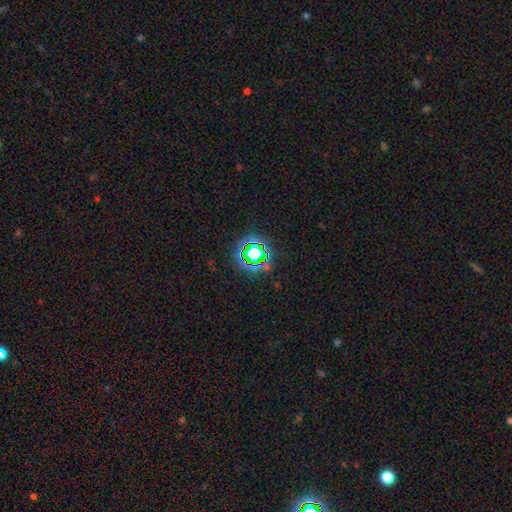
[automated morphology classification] A star or artifact, not a galaxy (67%).

Vote fractions:
- Smooth or featured? star or artifact: 67% / smooth: 21% / featured or disk: 11%